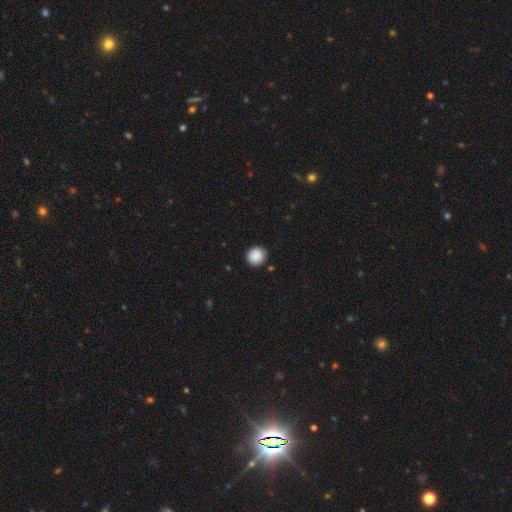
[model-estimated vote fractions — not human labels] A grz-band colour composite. It shows a smooth galaxy with no disk features (89%) that is round (92%). Merging: none (89%).